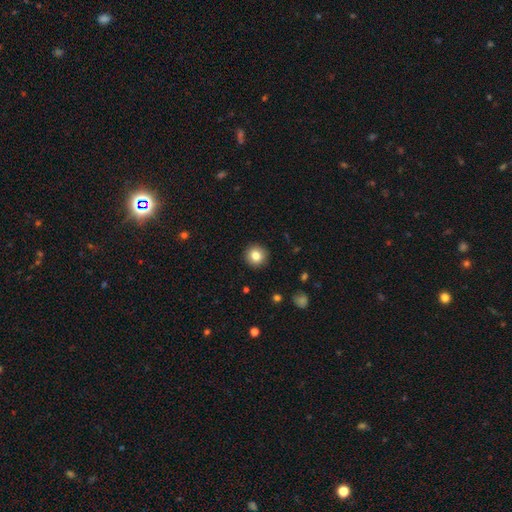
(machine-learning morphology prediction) smooth 82%, star or artifact 10%, featured or disk 8%. Down the decision tree: how rounded — round (93%); merging — none (92%).